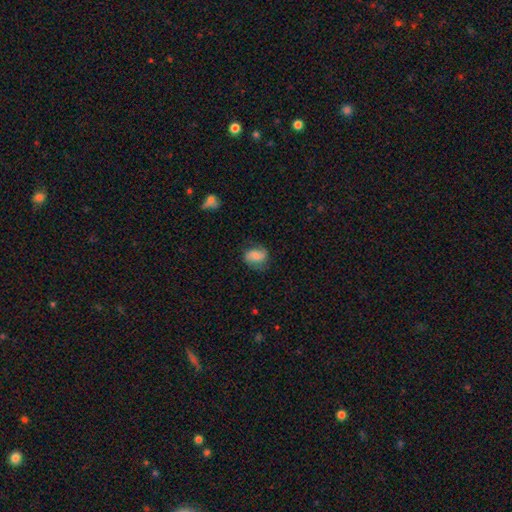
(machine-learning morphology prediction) A smooth galaxy with no disk features (57%) that is in between round and cigar-shaped (65%).

Vote fractions:
- Smooth or featured? smooth: 57% / featured or disk: 35% / star or artifact: 9%
- How rounded? in between: 65% / round: 33% / cigar-shaped: 2%
- Merging? none: 67% / minor disturbance: 22% / major disturbance: 9% / merger: 2%